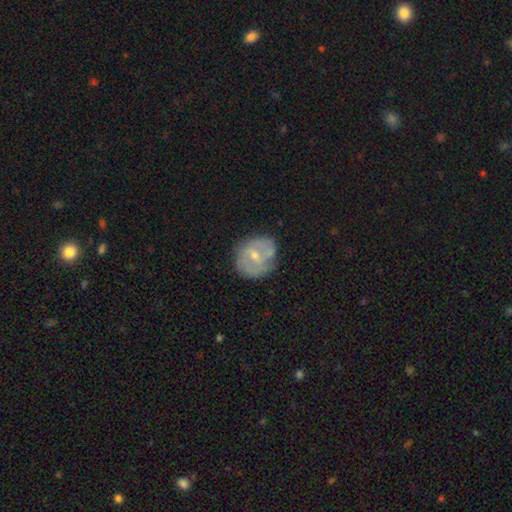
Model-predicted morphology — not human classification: This appears to be a featured or disk galaxy (62%) with a weak bar (51%), spiral arms (73%) and a small central bulge (53%). Merging: none (67%).